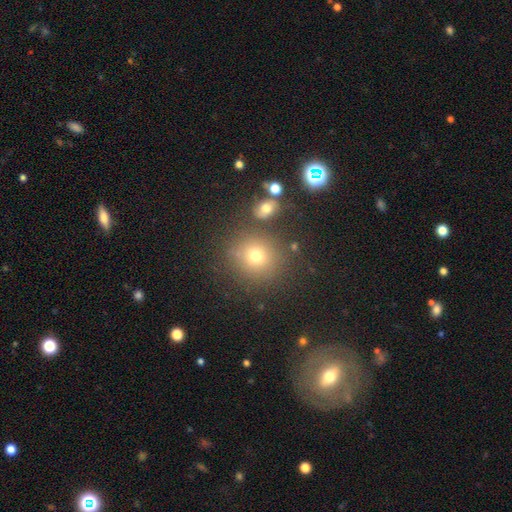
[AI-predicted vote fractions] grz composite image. It shows a smooth galaxy with no disk features (71%) that is round (88%). Merging: none (79%).